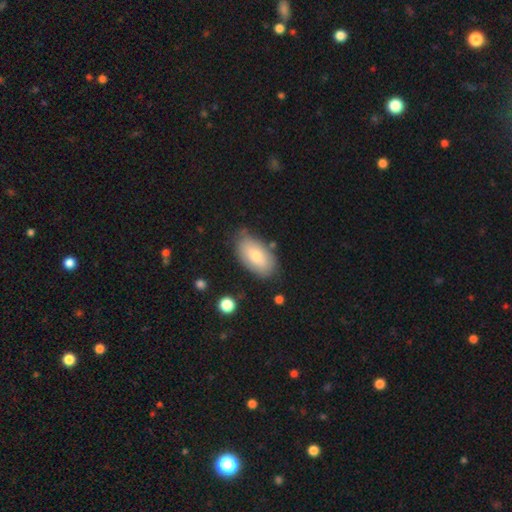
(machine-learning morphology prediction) This is likely a smooth galaxy (73%). How rounded: clearly in between (94%). Merging: likely none (73%).